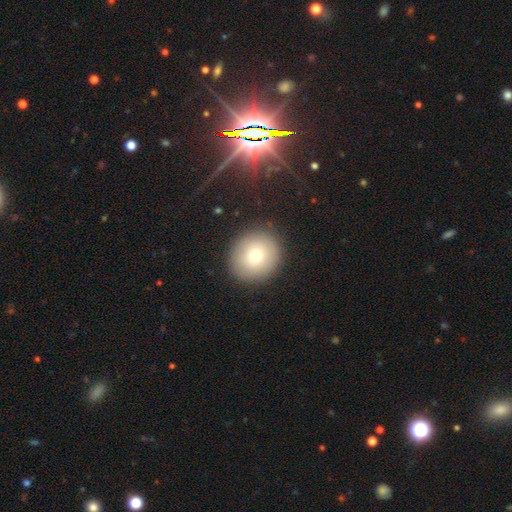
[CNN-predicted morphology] smooth-or-featured: smooth: 76% | featured or disk: 13% | star or artifact: 10%
  how-rounded: round: 88% | in between: 11% | cigar-shaped: 1%
  merging: none: 89% | minor disturbance: 7% | major disturbance: 3% | merger: 1%